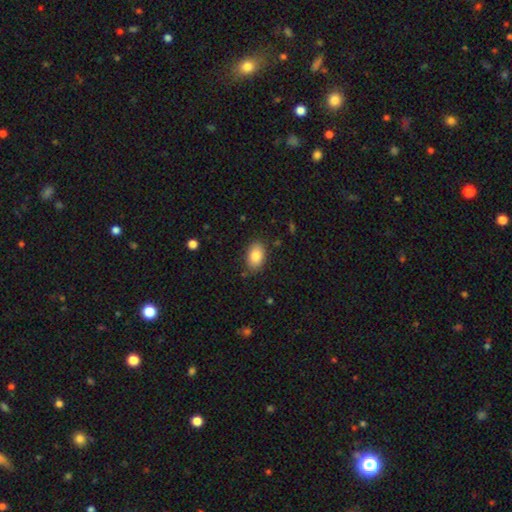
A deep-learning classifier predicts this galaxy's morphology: Overall: smooth (85%). How rounded: in between (91%). Merging: none (83%).